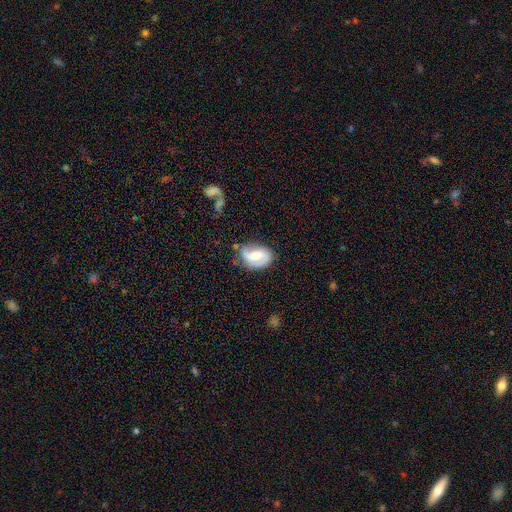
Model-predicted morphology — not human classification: Q: Smooth or featured?
A: featured or disk (68%); runner-up: smooth (26%)
Q: Edge-on disk?
A: no (97%); runner-up: yes (3%)
Q: Bar?
A: weak (47%); runner-up: no (38%)
Q: Spiral arms?
A: yes (91%); runner-up: no (9%)
Q: Spiral winding?
A: medium (42%); runner-up: loose (36%)
Q: Spiral arm count?
A: 2 (79%); runner-up: 1 (11%)
Q: Bulge size?
A: moderate (59%); runner-up: small (22%)
Q: Merging?
A: none (63%); runner-up: minor disturbance (25%)